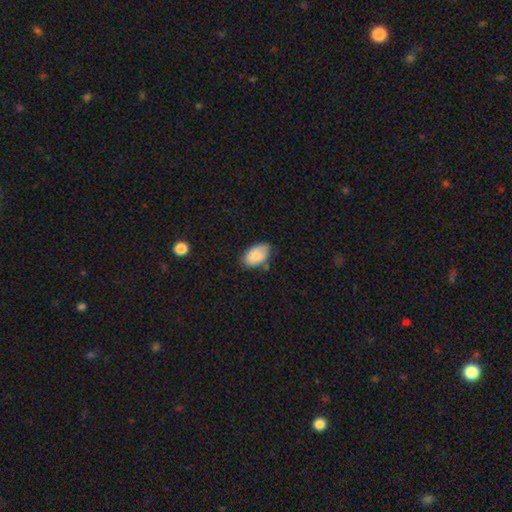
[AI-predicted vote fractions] Smooth or featured? Predicted: smooth (p=0.86). How rounded? Predicted: in between (p=0.93). Merging? Predicted: none (p=0.68).